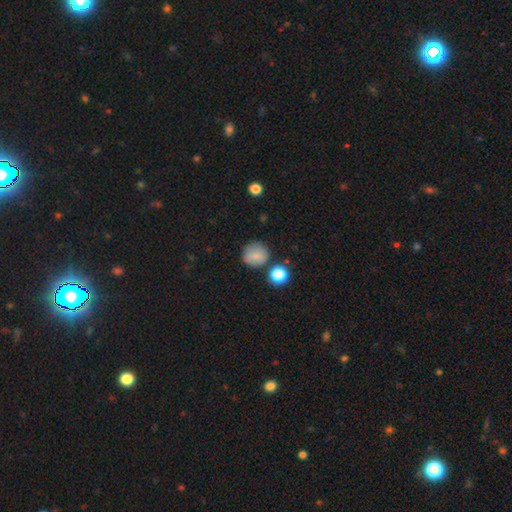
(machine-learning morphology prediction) smooth-or-featured: smooth: 81% | star or artifact: 10% | featured or disk: 9%
  how-rounded: round: 90% | in between: 9% | cigar-shaped: 1%
  merging: none: 78% | minor disturbance: 13% | merger: 6% | major disturbance: 4%